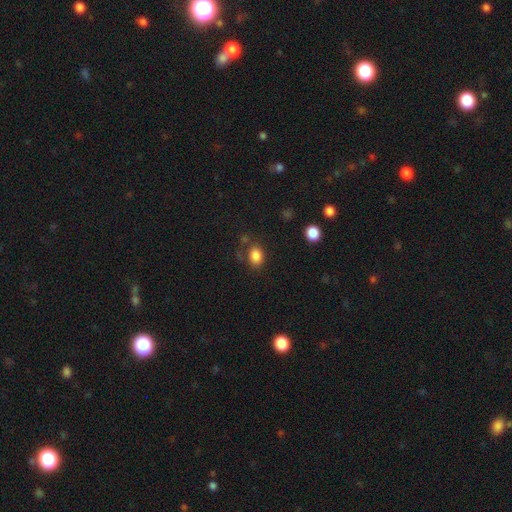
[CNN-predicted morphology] Smooth or featured? Predicted: smooth (p=0.85). How rounded? Predicted: in between (p=0.74). Merging? Predicted: none (p=0.72).